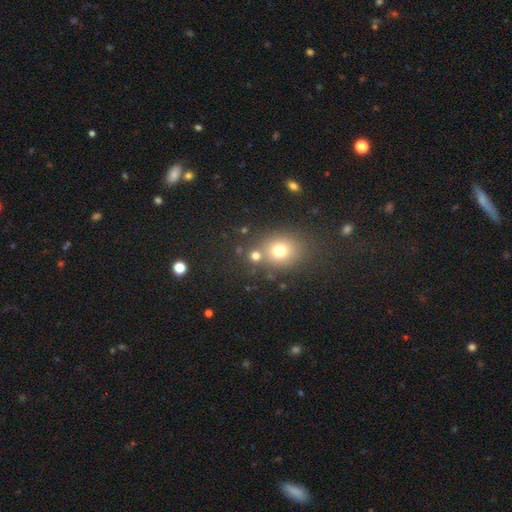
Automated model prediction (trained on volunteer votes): A smooth galaxy with no disk features (72%) that is round (81%).

Vote fractions:
- Smooth or featured? smooth: 72% / star or artifact: 19% / featured or disk: 9%
- How rounded? round: 81% / in between: 18% / cigar-shaped: 1%
- Merging? none: 67% / merger: 20% / minor disturbance: 9% / major disturbance: 4%